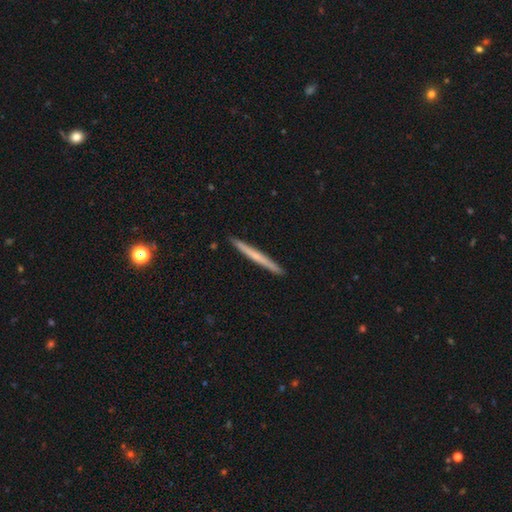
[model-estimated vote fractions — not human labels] A smooth galaxy with no disk features (48%).

Vote fractions:
- Smooth or featured? smooth: 48% / featured or disk: 47% / star or artifact: 6%
- Merging? none: 93% / minor disturbance: 5% / major disturbance: 1% / merger: 1%